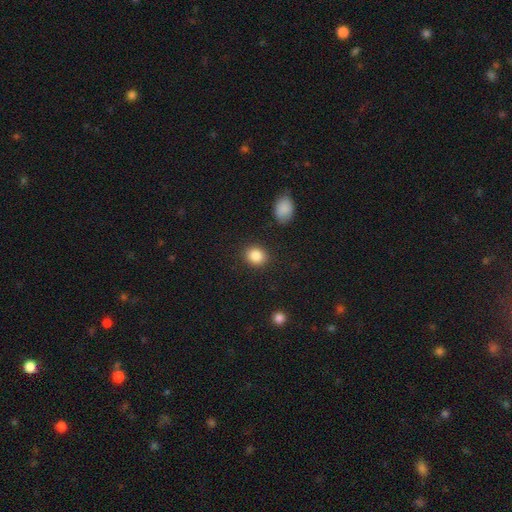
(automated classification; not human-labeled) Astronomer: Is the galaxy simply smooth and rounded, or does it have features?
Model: smooth — 87%.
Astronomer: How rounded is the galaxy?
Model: round — 65%.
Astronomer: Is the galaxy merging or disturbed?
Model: none — 89%.